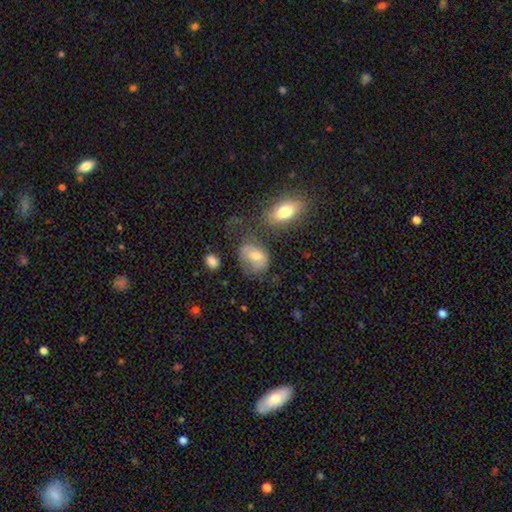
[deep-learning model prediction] Q: Smooth or featured?
A: smooth (62%); runner-up: featured or disk (28%)
Q: How rounded?
A: in between (71%); runner-up: round (27%)
Q: Merging?
A: none (36%); runner-up: minor disturbance (27%)